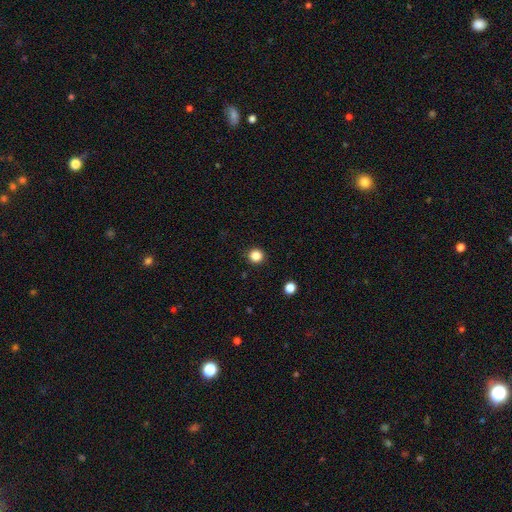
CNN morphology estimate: smooth 85%, star or artifact 12%, featured or disk 3%. Down the decision tree: how rounded — round (94%); merging — none (92%).